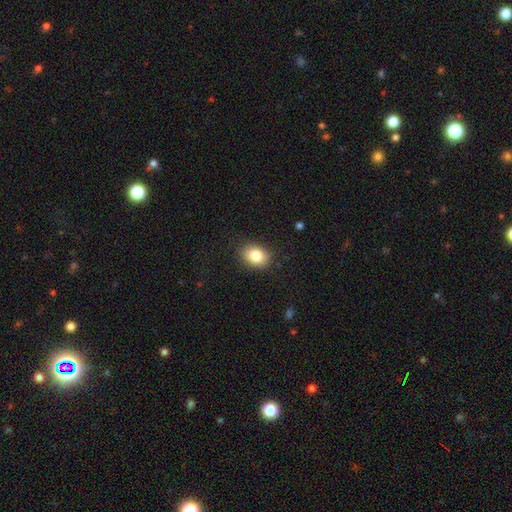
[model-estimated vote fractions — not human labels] A smooth galaxy with no disk features (82%) that is in between round and cigar-shaped (66%).

Vote fractions:
- Smooth or featured? smooth: 82% / star or artifact: 9% / featured or disk: 9%
- How rounded? in between: 66% / round: 33% / cigar-shaped: 1%
- Merging? none: 86% / minor disturbance: 10% / major disturbance: 3% / merger: 1%